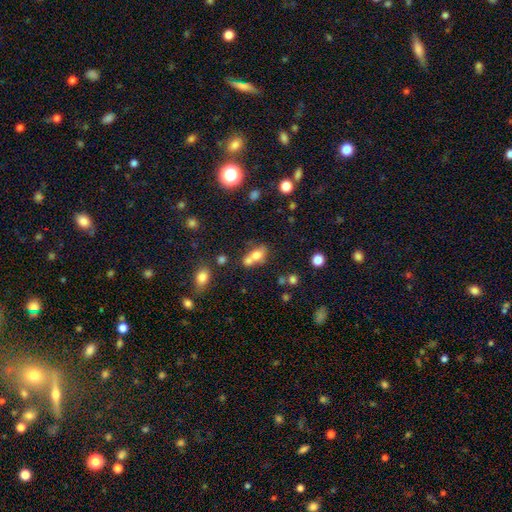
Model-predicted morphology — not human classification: A smooth galaxy with no disk features (70%) that is in between round and cigar-shaped (67%). Merging: merger (54%).